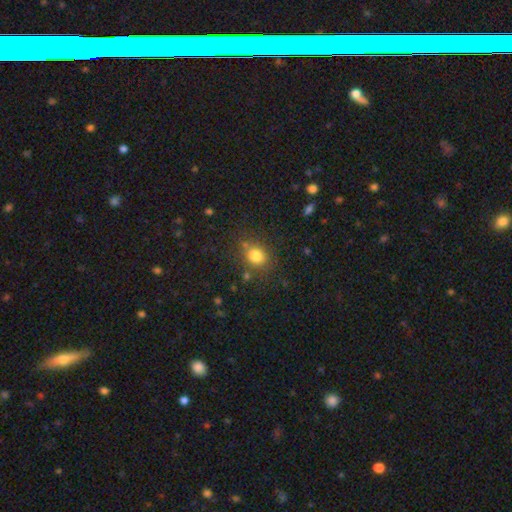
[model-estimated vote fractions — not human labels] A smooth galaxy with no disk features (80%) that is round (65%). Merging: none (77%).